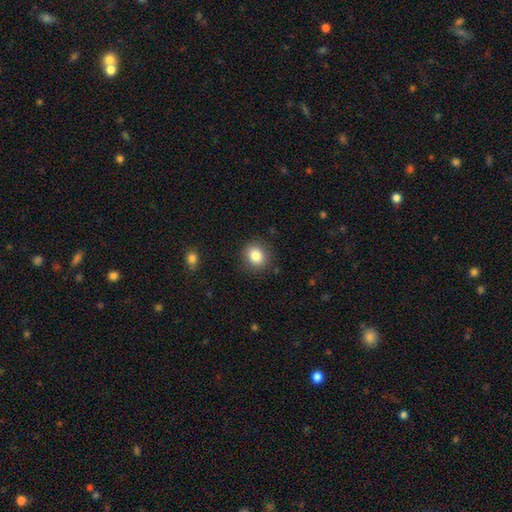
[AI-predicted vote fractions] Smooth or featured: smooth — 84% (star or artifact — 10%)
How rounded: round — 79% (in between — 20%)
Merging: none — 88% (minor disturbance — 8%)